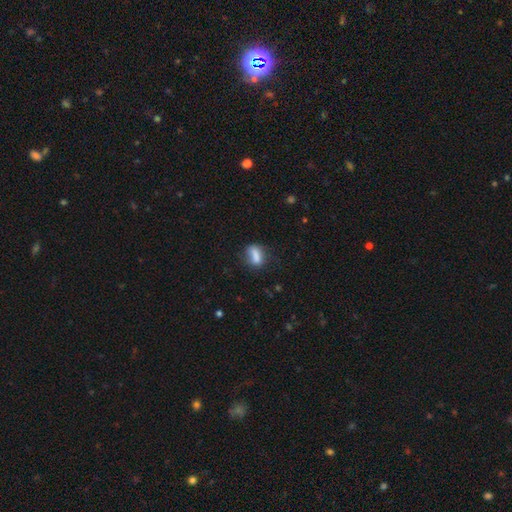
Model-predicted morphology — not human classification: type=smooth (76%); roundness=in between (70%); merging=none (53%).